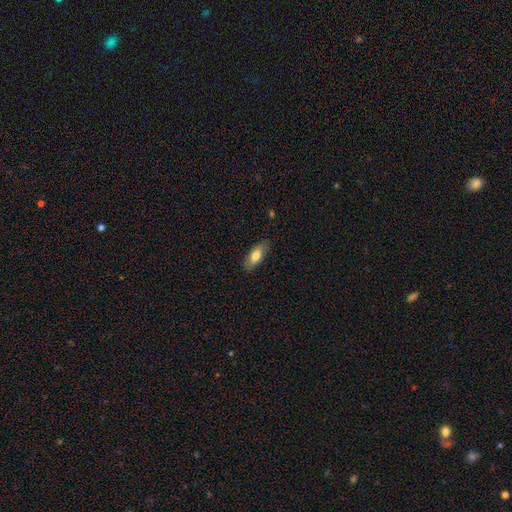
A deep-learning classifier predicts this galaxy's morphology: type=smooth (74%); roundness=in between (76%); merging=none (83%).